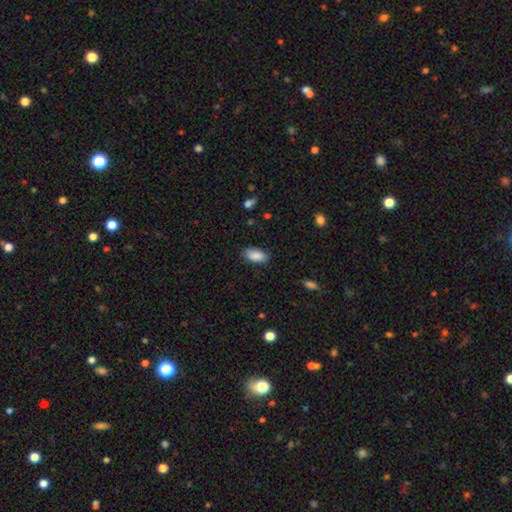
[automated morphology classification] Smooth or featured: smooth — 88% (star or artifact — 7%)
How rounded: in between — 92% (cigar-shaped — 6%)
Merging: none — 83% (minor disturbance — 13%)